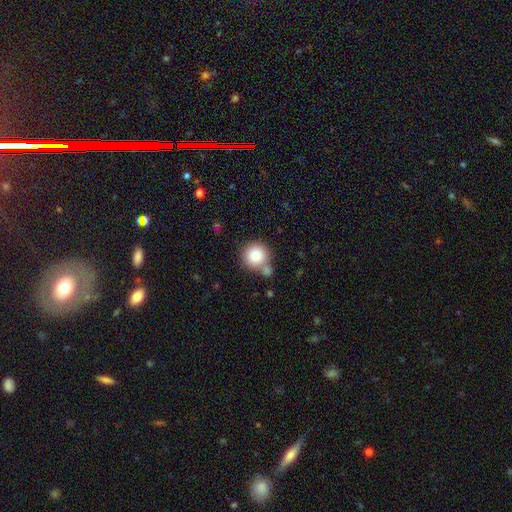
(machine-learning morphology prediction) This appears to be a smooth galaxy with no disk features (83%) that is round (91%). Merging: none (61%).